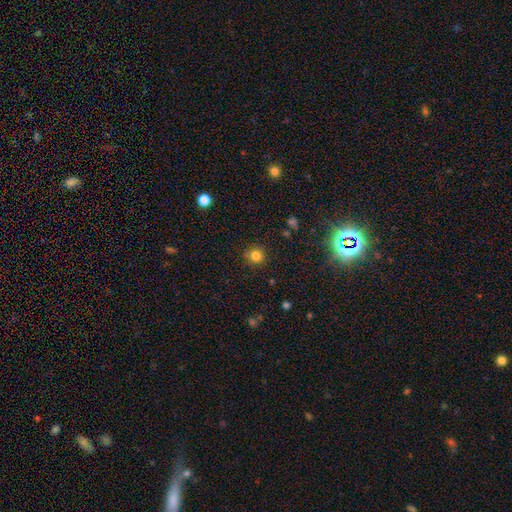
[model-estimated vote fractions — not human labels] A smooth galaxy with no disk features (81%) that is round (92%).

Vote fractions:
- Smooth or featured? smooth: 81% / star or artifact: 14% / featured or disk: 6%
- How rounded? round: 92% / in between: 7% / cigar-shaped: 1%
- Merging? none: 88% / minor disturbance: 8% / major disturbance: 2% / merger: 2%